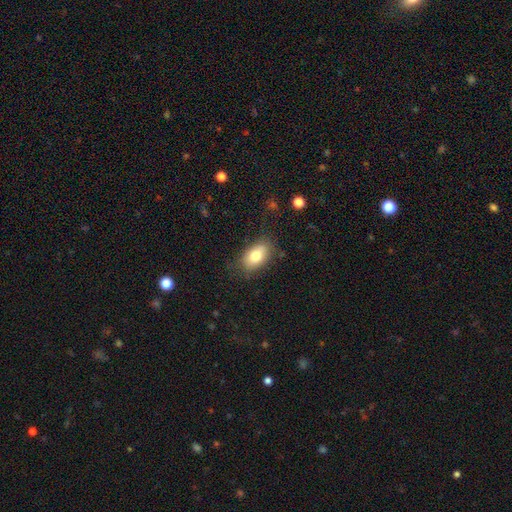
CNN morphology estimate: Smooth or featured? smooth (78%)
How rounded? in between (90%)
Merging? none (78%)